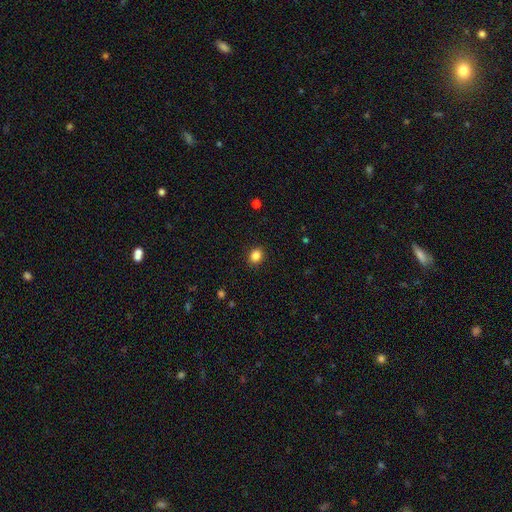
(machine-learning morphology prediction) smooth_or_featured: smooth (p=0.85) [alt: star or artifact p=0.11]
how_rounded: round (p=0.53) [alt: in between p=0.46]
merging: none (p=0.90) [alt: minor disturbance p=0.07]